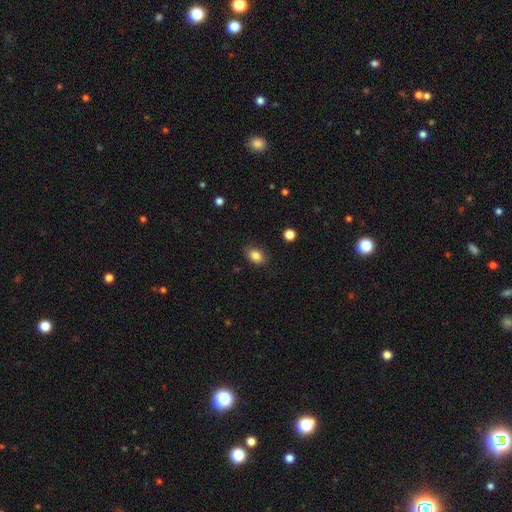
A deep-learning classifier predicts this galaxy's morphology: The model was most divided on "how rounded": in between: 80%, round: 19%, cigar-shaped: 1%. More confident: smooth or featured — smooth (86%); merging — none (86%).